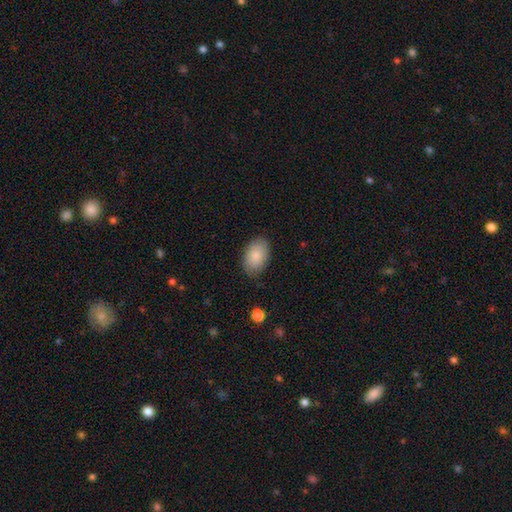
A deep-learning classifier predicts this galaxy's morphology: Smooth or featured? Predicted: smooth (p=0.85). How rounded? Predicted: in between (p=0.91). Merging? Predicted: none (p=0.83).